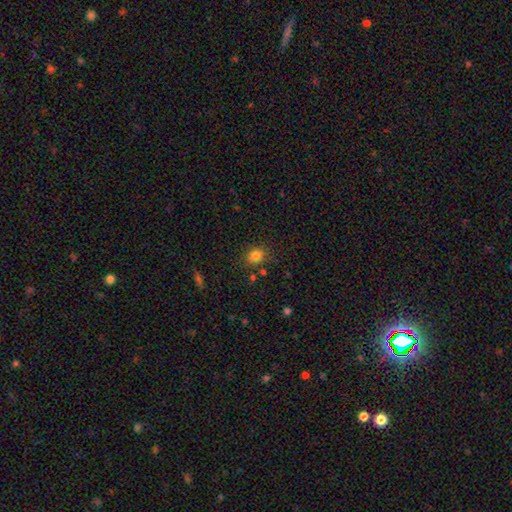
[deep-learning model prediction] A smooth galaxy with no disk features (81%) that is round (54%). Merging: none (80%).